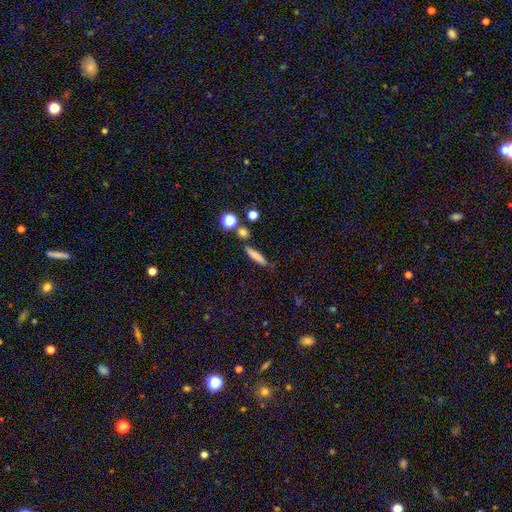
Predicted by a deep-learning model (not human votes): Smooth or featured? Predicted: smooth (p=0.73). How rounded? Predicted: cigar-shaped (p=0.85). Merging? Predicted: none (p=0.78).